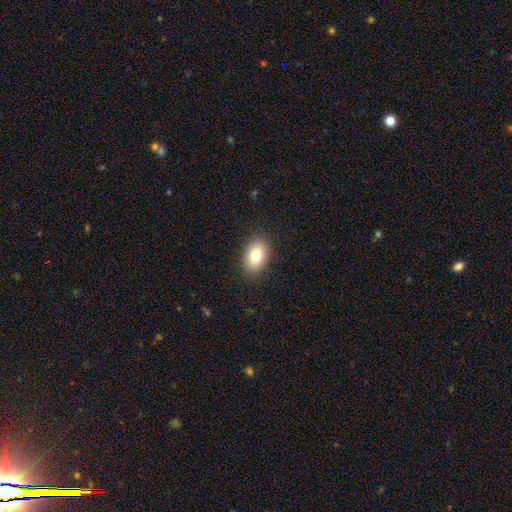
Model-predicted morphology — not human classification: smooth 81%, featured or disk 10%, star or artifact 8%. Down the decision tree: how rounded — in between (88%); merging — none (88%).